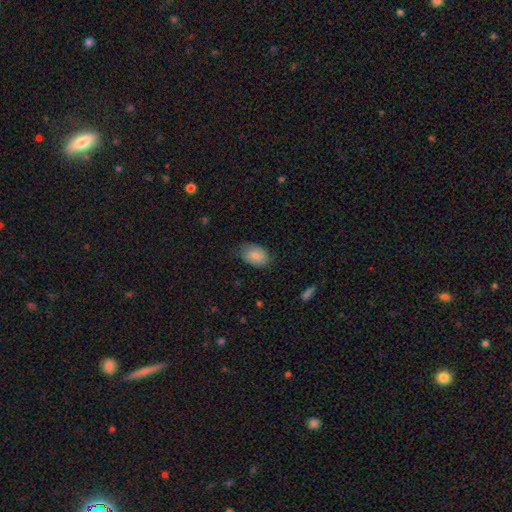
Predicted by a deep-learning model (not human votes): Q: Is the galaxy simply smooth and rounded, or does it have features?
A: smooth — 75%.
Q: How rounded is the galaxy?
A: in between — 85%.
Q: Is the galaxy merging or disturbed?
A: none — 67%.